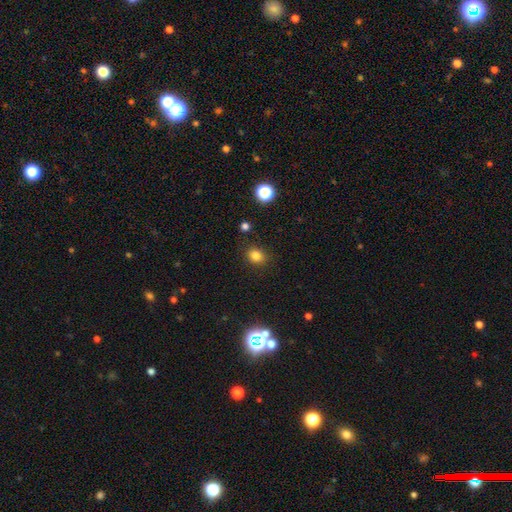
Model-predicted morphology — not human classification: Smooth or featured? smooth (81%)
How rounded? round (58%)
Merging? none (86%)